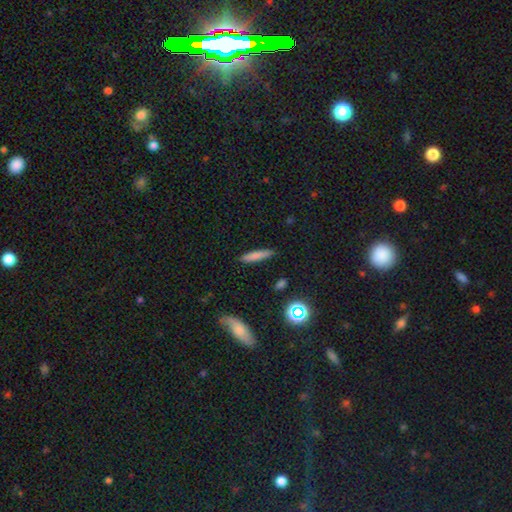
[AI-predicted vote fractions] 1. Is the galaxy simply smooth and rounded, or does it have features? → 77% smooth, 14% featured or disk, 10% star or artifact.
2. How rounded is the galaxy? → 85% cigar-shaped, 13% in between, 2% round.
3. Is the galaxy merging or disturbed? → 86% none, 10% minor disturbance, 2% major disturbance, 2% merger.